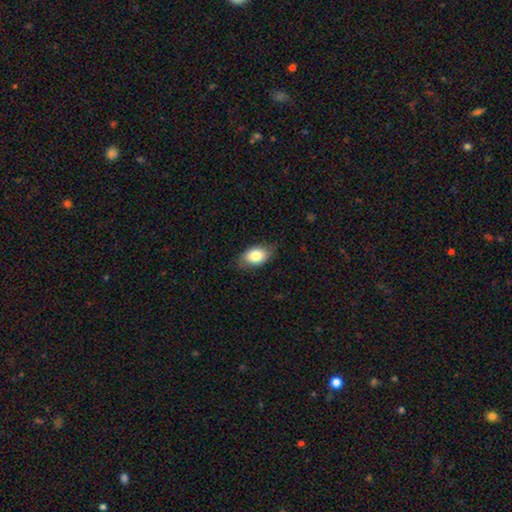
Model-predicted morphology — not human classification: Smooth or featured?
  - smooth: 81% *
  - featured or disk: 12%
  - star or artifact: 7%
How rounded?
  - in between: 87% *
  - round: 11%
  - cigar-shaped: 2%
Merging?
  - none: 78% *
  - minor disturbance: 18%
  - major disturbance: 3%
  - merger: 1%